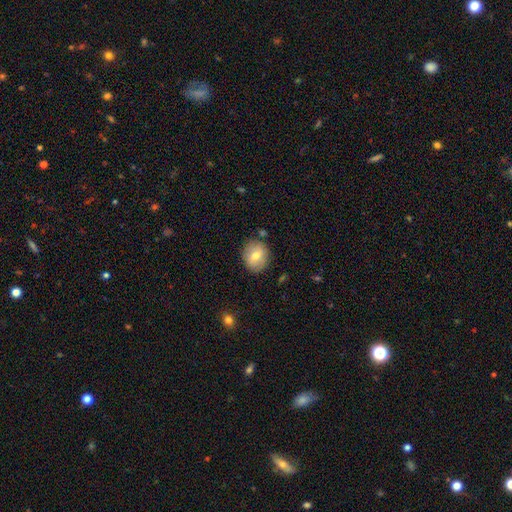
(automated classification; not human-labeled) smooth_or_featured: smooth (p=0.68) [alt: featured or disk p=0.24]
how_rounded: round (p=0.62) [alt: in between p=0.37]
merging: none (p=0.83) [alt: minor disturbance p=0.11]